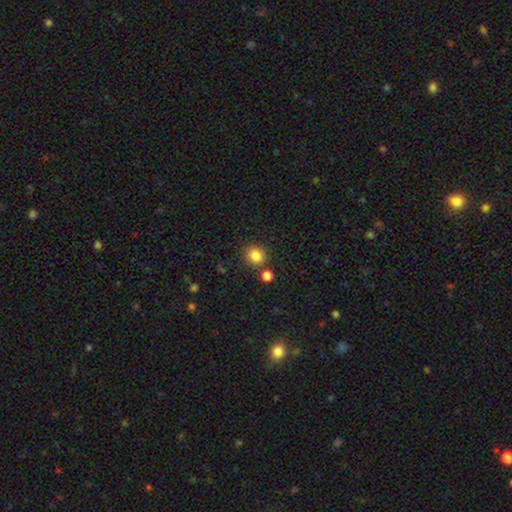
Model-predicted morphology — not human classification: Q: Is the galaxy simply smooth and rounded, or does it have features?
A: smooth — 85%.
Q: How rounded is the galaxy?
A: round — 82%.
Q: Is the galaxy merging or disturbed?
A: none — 80%.